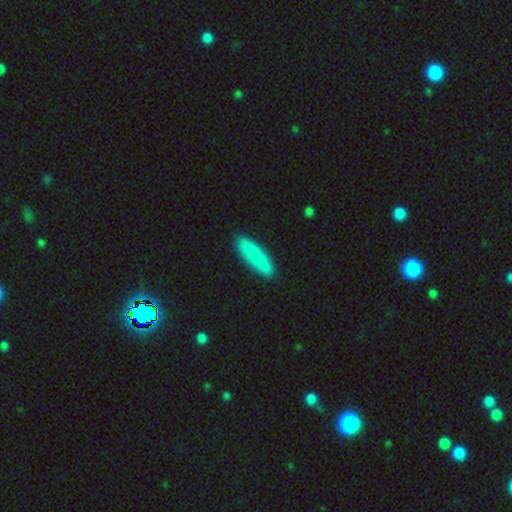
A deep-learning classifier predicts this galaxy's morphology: Q: Smooth or featured?
A: smooth (84%); runner-up: featured or disk (9%)
Q: How rounded?
A: cigar-shaped (69%); runner-up: in between (29%)
Q: Merging?
A: none (85%); runner-up: minor disturbance (11%)